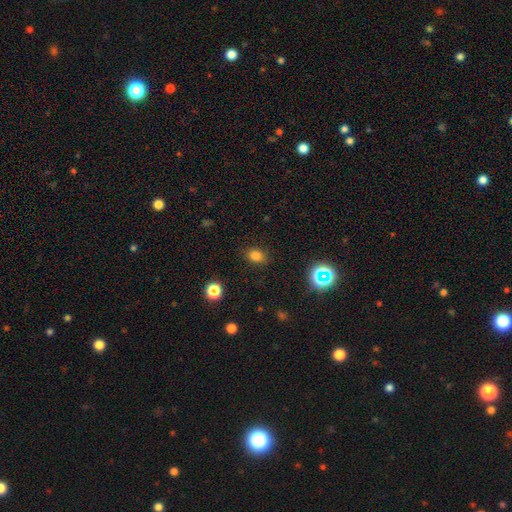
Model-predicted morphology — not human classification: smooth_or_featured: smooth (p=0.78) [alt: star or artifact p=0.16]
how_rounded: in between (p=0.62) [alt: round p=0.37]
merging: none (p=0.85) [alt: minor disturbance p=0.10]